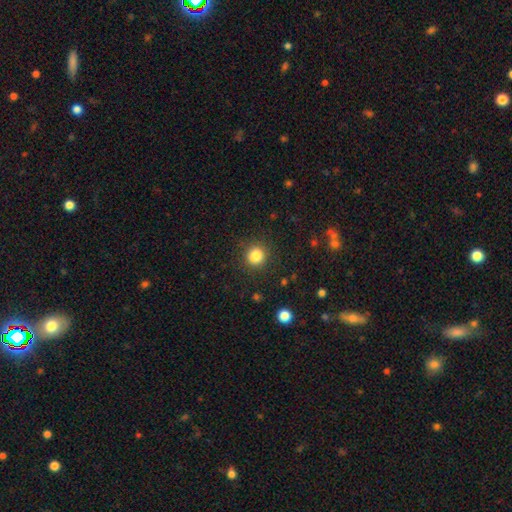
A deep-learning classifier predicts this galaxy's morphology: A smooth galaxy with no disk features (84%) that is round (91%). Merging: none (89%).